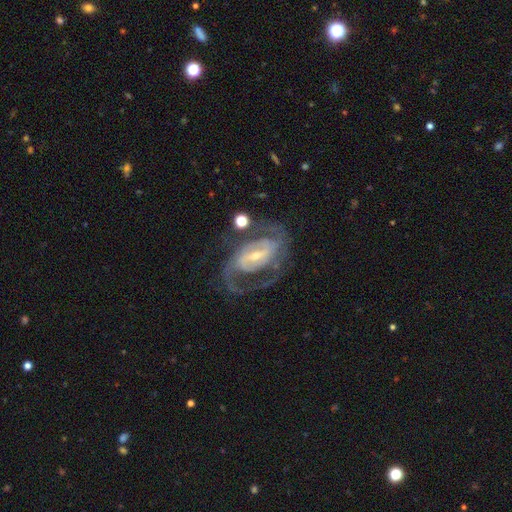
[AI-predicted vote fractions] A featured or disk galaxy (89%) with a strong bar (47%), 2 (74%) medium (49%) spiral arms (96%) and a small central bulge (64%). Merging: none (65%).